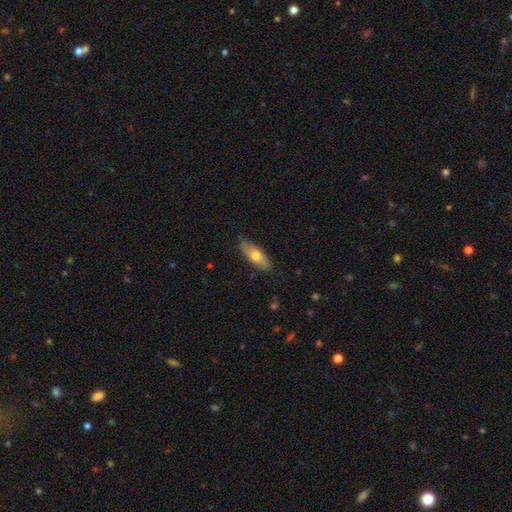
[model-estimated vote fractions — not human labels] Smooth or featured: smooth — 64% (featured or disk — 30%)
How rounded: in between — 67% (cigar-shaped — 30%)
Merging: none — 77% (minor disturbance — 18%)